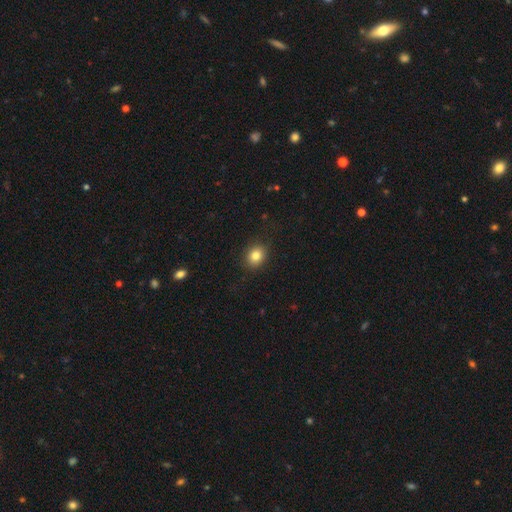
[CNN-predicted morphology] The model was most divided on "how rounded": round: 65%, in between: 34%, cigar-shaped: 1%. More confident: merging — none (88%); smooth or featured — smooth (83%).